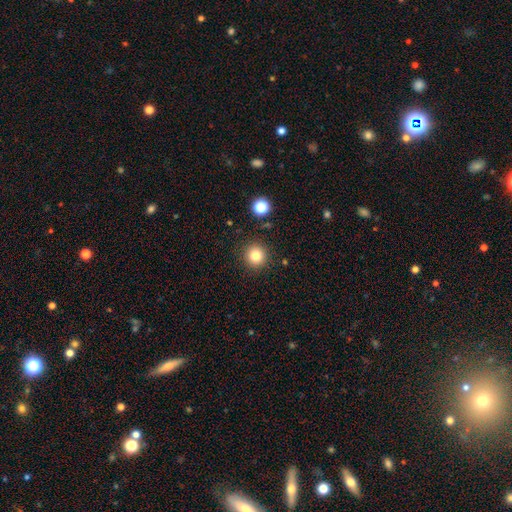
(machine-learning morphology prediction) type=smooth (81%); roundness=round (95%); merging=none (90%).